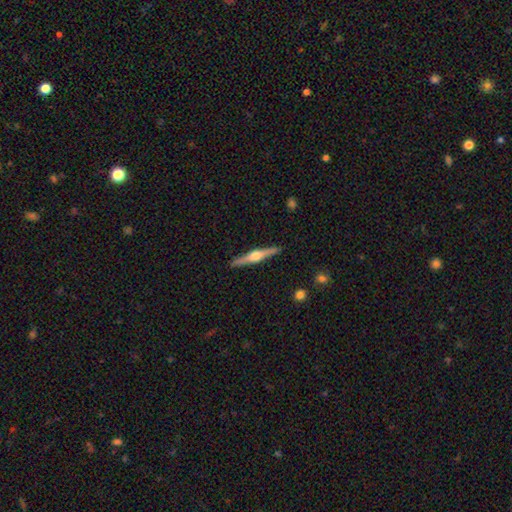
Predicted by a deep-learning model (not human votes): Smooth or featured? Predicted: featured or disk (p=0.74). Edge-on disk? Predicted: yes (p=0.98). Edge-on bulge? Predicted: rounded (p=0.93). Merging? Predicted: none (p=0.91).